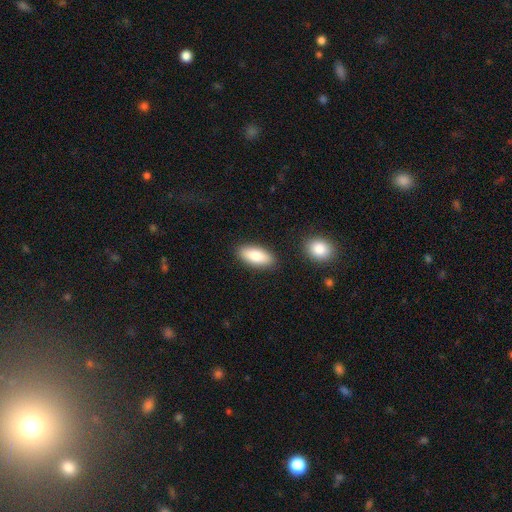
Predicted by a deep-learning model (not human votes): Smooth or featured?
  - smooth: 83% *
  - featured or disk: 11%
  - star or artifact: 6%
How rounded?
  - in between: 85% *
  - cigar-shaped: 13%
  - round: 2%
Merging?
  - none: 86% *
  - minor disturbance: 9%
  - merger: 3%
  - major disturbance: 2%